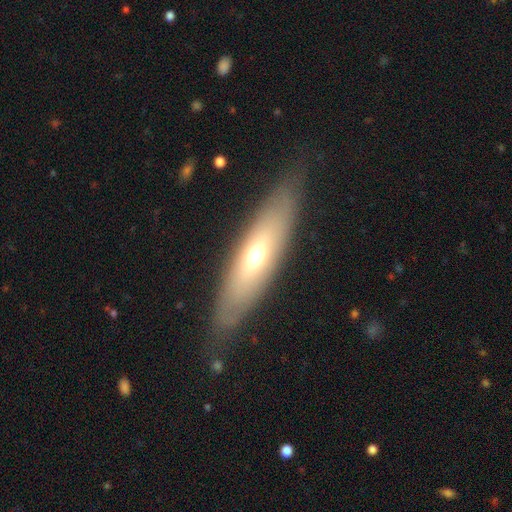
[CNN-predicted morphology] A smooth galaxy with no disk features (51%) that is cigar-shaped (54%).

Vote fractions:
- Smooth or featured? smooth: 51% / featured or disk: 41% / star or artifact: 7%
- How rounded? cigar-shaped: 54% / in between: 44% / round: 2%
- Merging? none: 81% / minor disturbance: 13% / major disturbance: 5% / merger: 1%